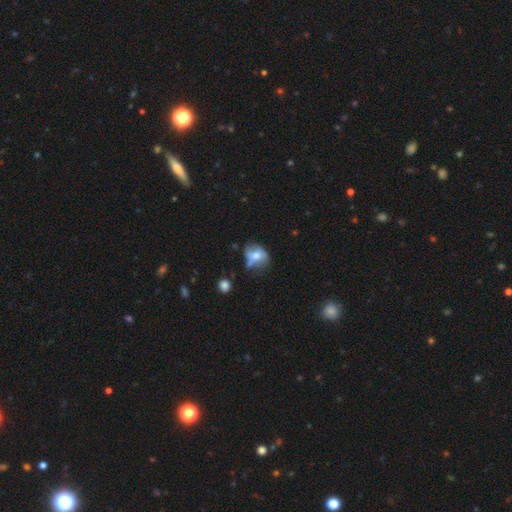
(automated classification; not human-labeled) smooth 53%, featured or disk 37%, star or artifact 10%. Down the decision tree: how rounded — in between (57%); merging — none (48%).